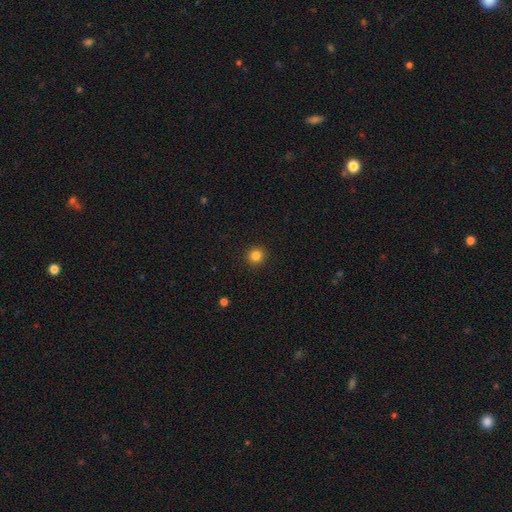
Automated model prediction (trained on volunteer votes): This is clearly a smooth galaxy (84%). How rounded: clearly round (93%). Merging: clearly none (93%).